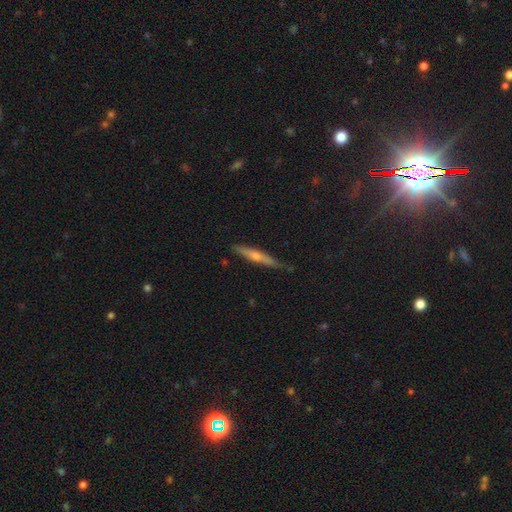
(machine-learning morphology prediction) smooth-or-featured: featured or disk: 58% | smooth: 25% | star or artifact: 17%
  disk-edge-on: yes: 92% | no: 8%
    edge-on-bulge: rounded: 79% | none: 14% | boxy: 7%
  merging: none: 82% | minor disturbance: 14% | major disturbance: 3% | merger: 2%